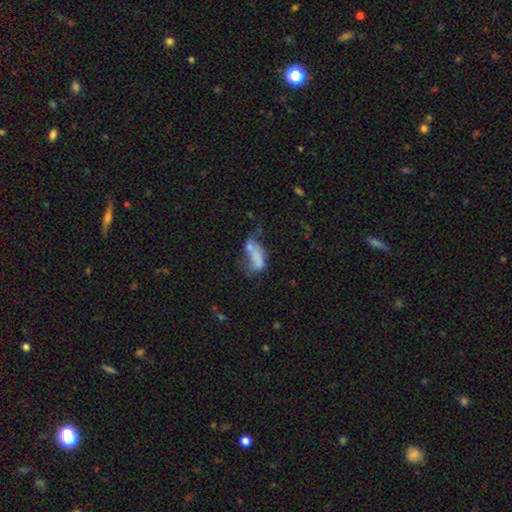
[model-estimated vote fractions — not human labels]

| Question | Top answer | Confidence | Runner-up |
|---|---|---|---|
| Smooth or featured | smooth | 56% | featured or disk (31%) |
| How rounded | in between | 82% | cigar-shaped (12%) |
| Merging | merger | 42% | major disturbance (24%) |